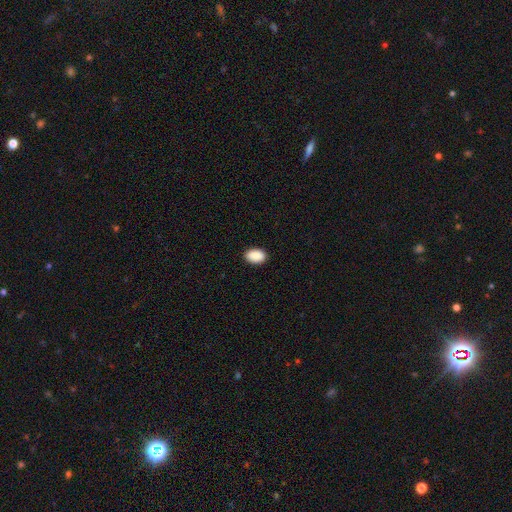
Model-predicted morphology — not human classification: Smooth or featured? smooth (91%)
How rounded? in between (89%)
Merging? none (90%)